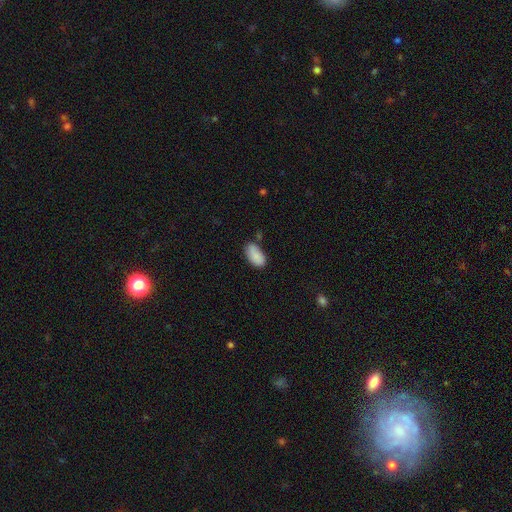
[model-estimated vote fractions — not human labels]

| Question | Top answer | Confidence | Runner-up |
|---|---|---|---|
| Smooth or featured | smooth | 88% | star or artifact (7%) |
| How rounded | in between | 94% | round (3%) |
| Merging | none | 67% | minor disturbance (22%) |